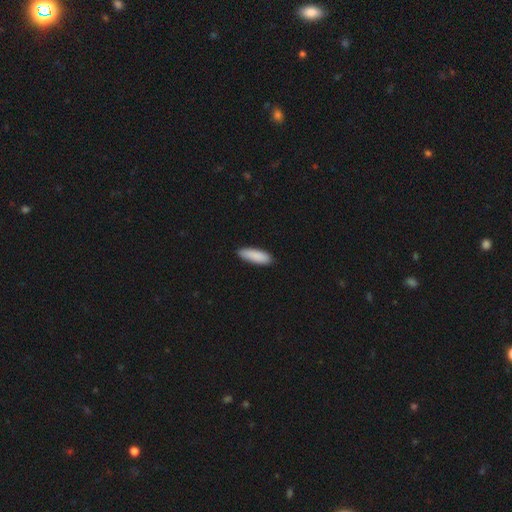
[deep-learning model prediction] Smooth or featured?
  - smooth: 90% *
  - star or artifact: 5%
  - featured or disk: 5%
How rounded?
  - in between: 51% *
  - cigar-shaped: 47%
  - round: 2%
Merging?
  - none: 87% *
  - minor disturbance: 10%
  - major disturbance: 2%
  - merger: 1%